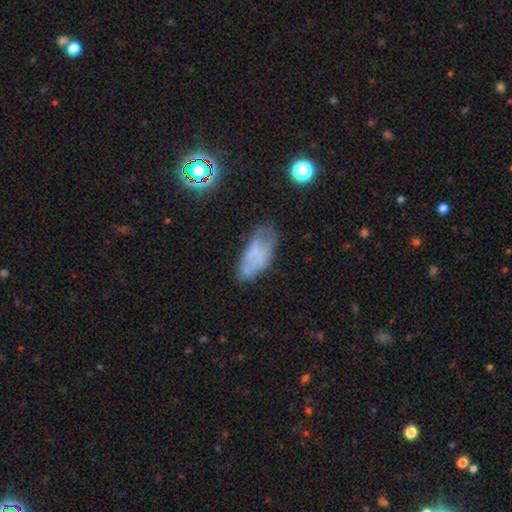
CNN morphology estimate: smooth 56%, featured or disk 33%, star or artifact 12%. Down the decision tree: how rounded — in between (84%); merging — none (54%).